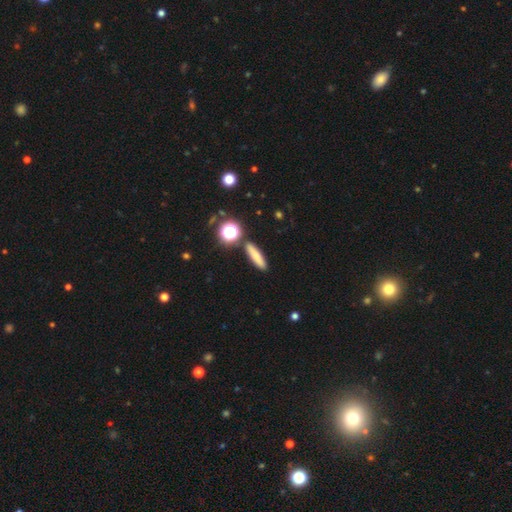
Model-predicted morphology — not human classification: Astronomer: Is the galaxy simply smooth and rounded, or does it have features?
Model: smooth — 75%.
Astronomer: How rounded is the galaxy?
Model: cigar-shaped — 73%.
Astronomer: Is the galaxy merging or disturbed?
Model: none — 86%.